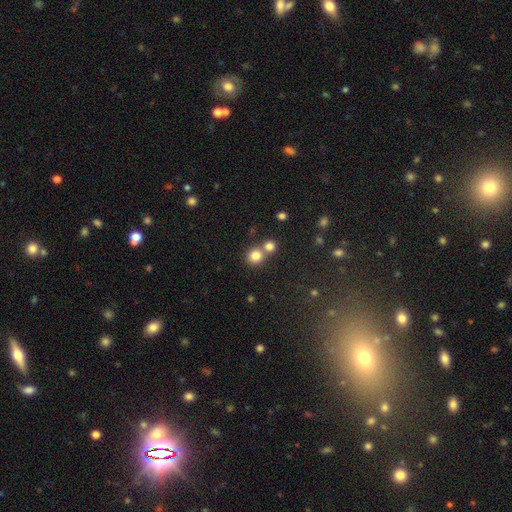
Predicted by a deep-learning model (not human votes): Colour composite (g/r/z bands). It shows a smooth galaxy with no disk features (81%) that is round (87%). Merging: none (53%).